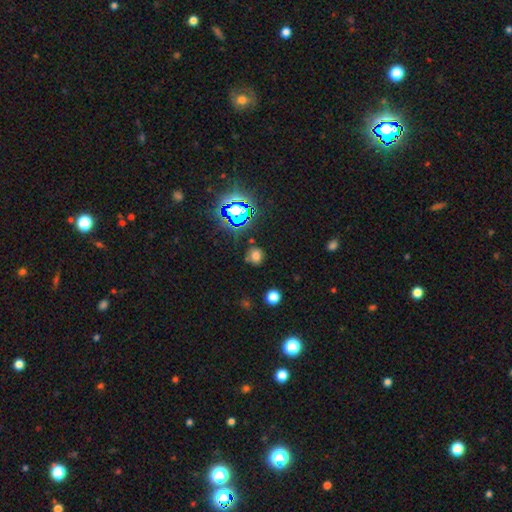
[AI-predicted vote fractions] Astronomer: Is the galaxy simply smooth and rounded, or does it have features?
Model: smooth — 65%.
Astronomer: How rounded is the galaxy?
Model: round — 74%.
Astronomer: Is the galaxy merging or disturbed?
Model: none — 77%.